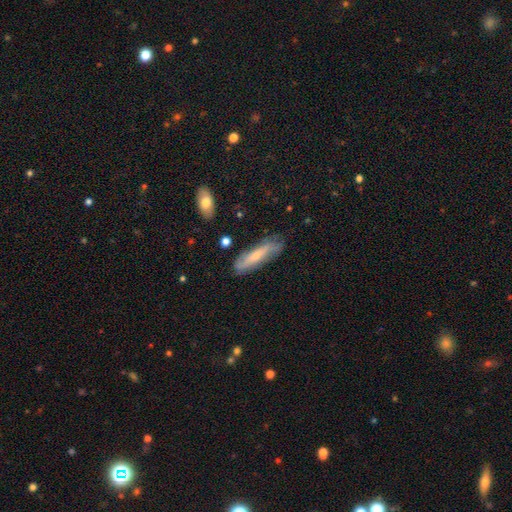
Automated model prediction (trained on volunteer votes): Morphology: type=smooth (48%); merging=none (73%).